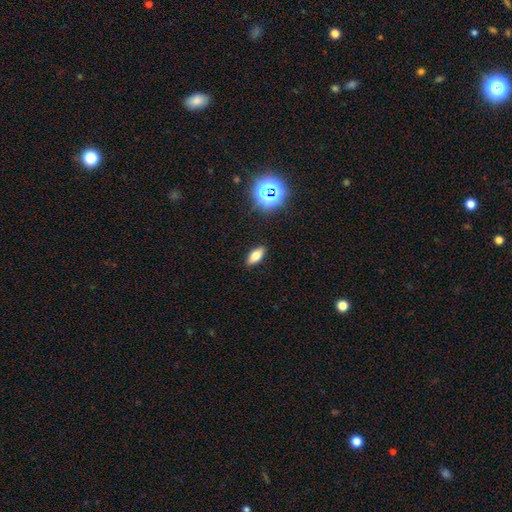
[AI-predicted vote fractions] Q: Smooth or featured?
A: smooth (70%); runner-up: featured or disk (16%)
Q: How rounded?
A: in between (81%); runner-up: cigar-shaped (14%)
Q: Merging?
A: none (88%); runner-up: minor disturbance (8%)